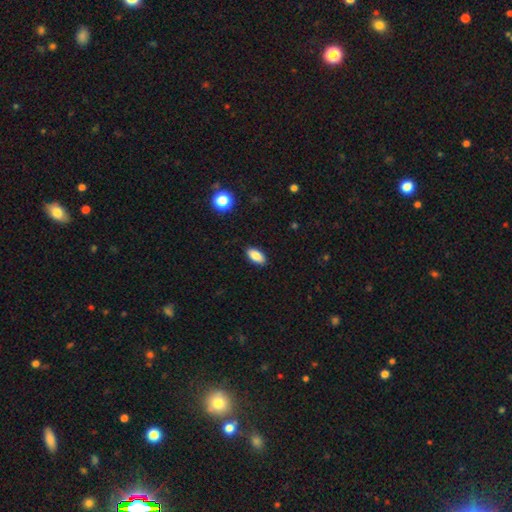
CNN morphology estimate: Smooth or featured? Predicted: smooth (p=0.86). How rounded? Predicted: in between (p=0.90). Merging? Predicted: none (p=0.89).